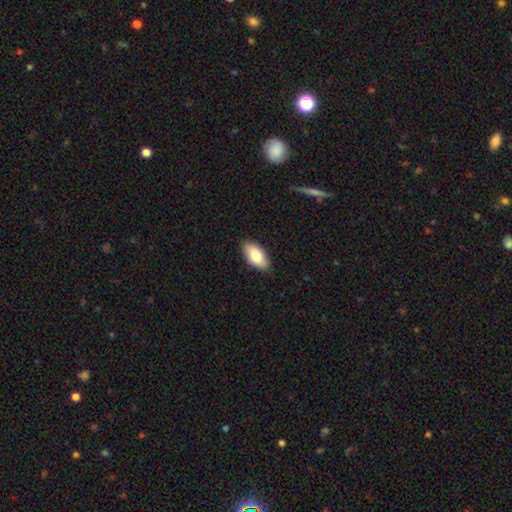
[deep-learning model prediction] Smooth or featured? Predicted: smooth (p=0.79). How rounded? Predicted: in between (p=0.94). Merging? Predicted: none (p=0.88).